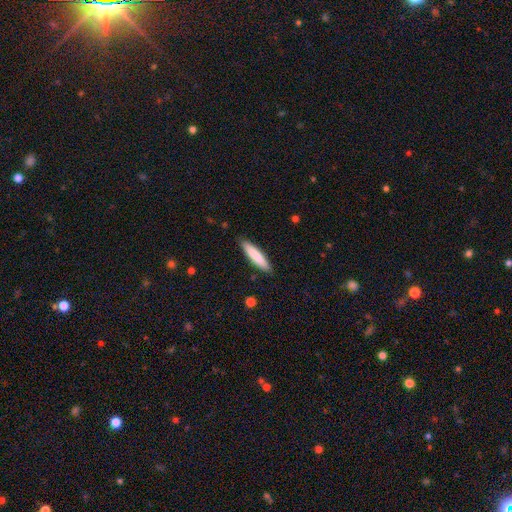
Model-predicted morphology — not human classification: smooth_or_featured: smooth (p=0.83) [alt: featured or disk p=0.11]
how_rounded: cigar-shaped (p=0.82) [alt: in between p=0.17]
merging: none (p=0.89) [alt: minor disturbance p=0.08]